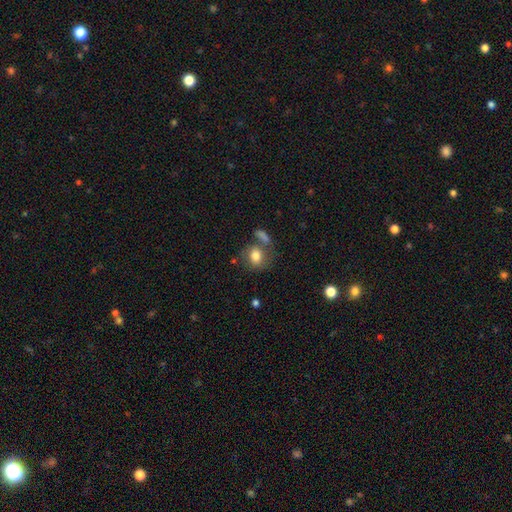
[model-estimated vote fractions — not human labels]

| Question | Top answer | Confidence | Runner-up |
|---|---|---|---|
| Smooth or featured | smooth | 77% | featured or disk (14%) |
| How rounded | round | 60% | in between (39%) |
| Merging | none | 55% | merger (21%) |